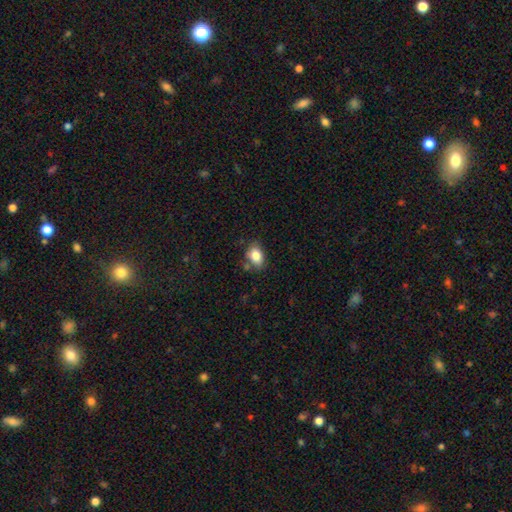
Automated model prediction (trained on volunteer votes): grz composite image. It shows a smooth galaxy with no disk features (83%) that is in between round and cigar-shaped (82%). Merging: none (65%).